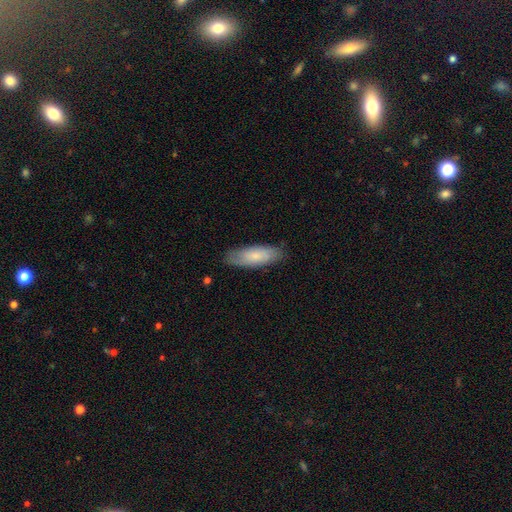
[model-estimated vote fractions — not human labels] Smooth or featured: smooth — 74% (featured or disk — 21%)
How rounded: in between — 58% (cigar-shaped — 40%)
Merging: none — 83% (minor disturbance — 14%)